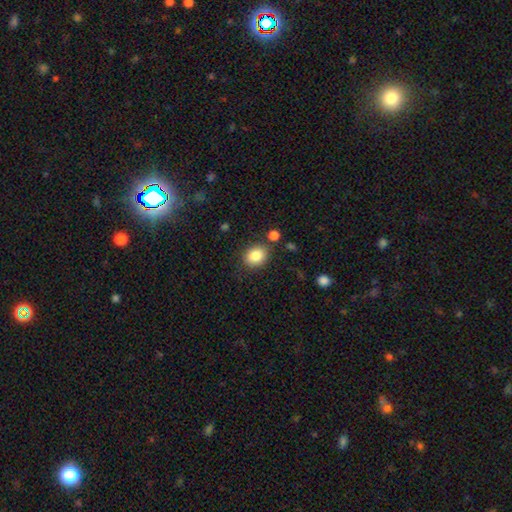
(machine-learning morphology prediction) Q: Smooth or featured?
A: smooth (85%); runner-up: star or artifact (9%)
Q: How rounded?
A: round (52%); runner-up: in between (47%)
Q: Merging?
A: none (81%); runner-up: minor disturbance (11%)